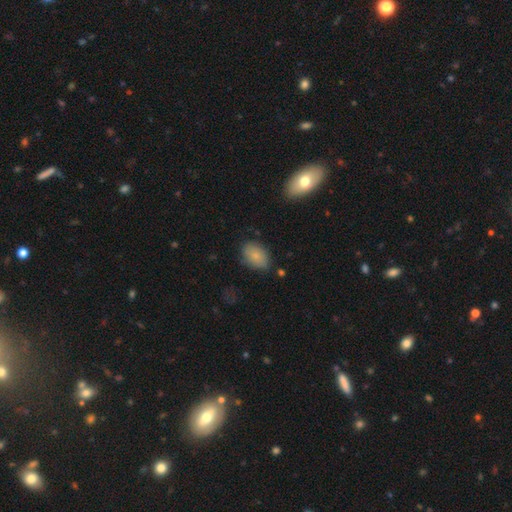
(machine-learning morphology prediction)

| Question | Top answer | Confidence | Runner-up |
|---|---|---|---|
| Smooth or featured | smooth | 83% | featured or disk (10%) |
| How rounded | in between | 84% | round (15%) |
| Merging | none | 75% | minor disturbance (18%) |